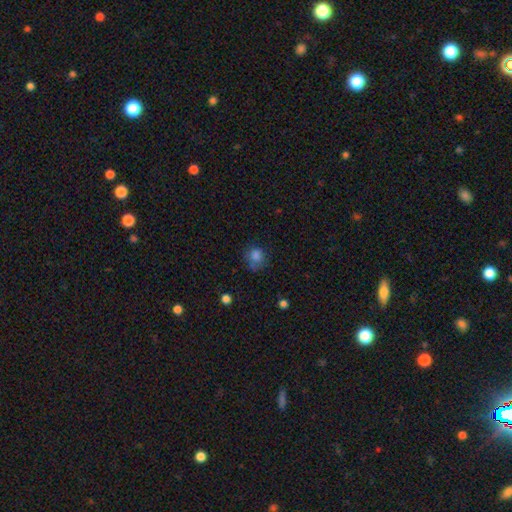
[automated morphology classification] Smooth or featured? Predicted: smooth (p=0.81). How rounded? Predicted: round (p=0.77). Merging? Predicted: none (p=0.57).